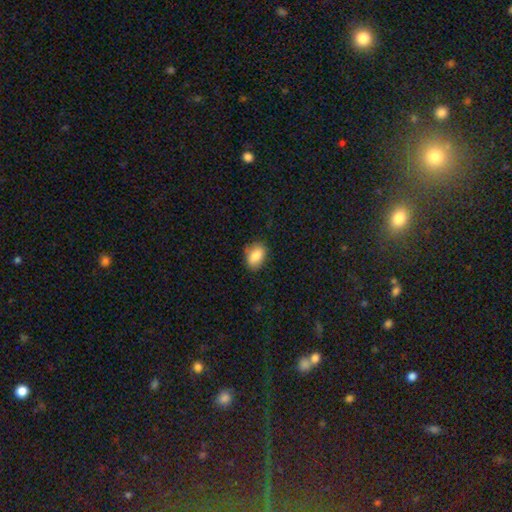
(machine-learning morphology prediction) smooth_or_featured: smooth (p=0.85) [alt: star or artifact p=0.08]
how_rounded: in between (p=0.82) [alt: round p=0.16]
merging: none (p=0.80) [alt: minor disturbance p=0.16]